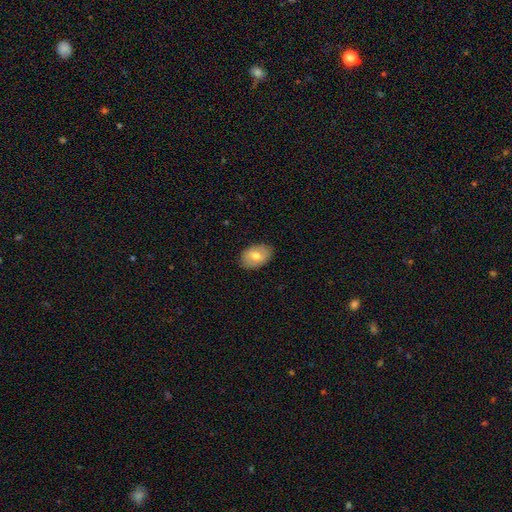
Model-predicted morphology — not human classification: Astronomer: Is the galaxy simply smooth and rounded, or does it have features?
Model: smooth — 69%.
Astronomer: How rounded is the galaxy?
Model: in between — 86%.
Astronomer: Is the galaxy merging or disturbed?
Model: none — 86%.